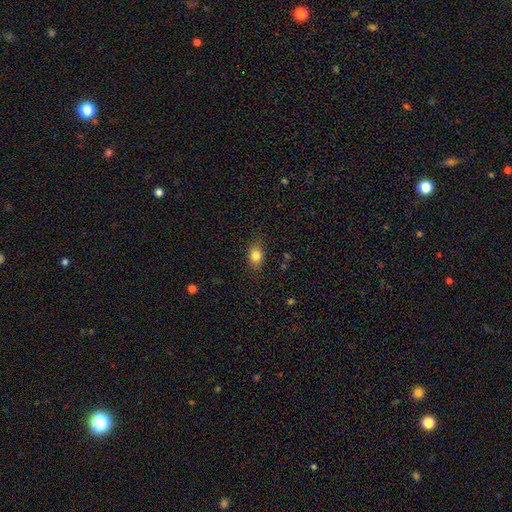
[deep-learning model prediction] Overall: smooth (83%). How rounded: in between (65%; round 33%). Merging: none (84%).